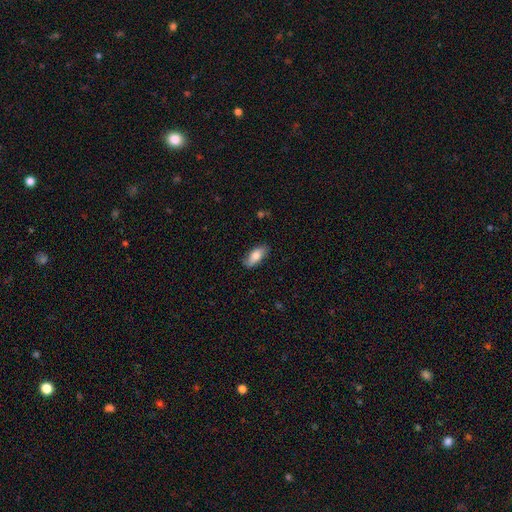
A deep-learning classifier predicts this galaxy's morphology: smooth 78%, featured or disk 16%, star or artifact 6%. Down the decision tree: how rounded — in between (83%); merging — none (81%).